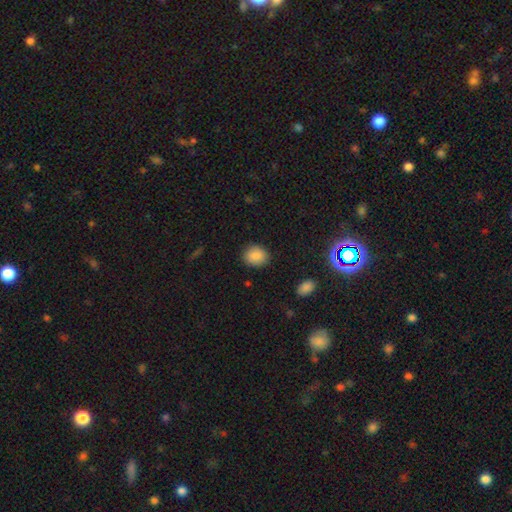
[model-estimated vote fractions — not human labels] Smooth or featured? smooth (86%)
How rounded? round (60%)
Merging? none (88%)